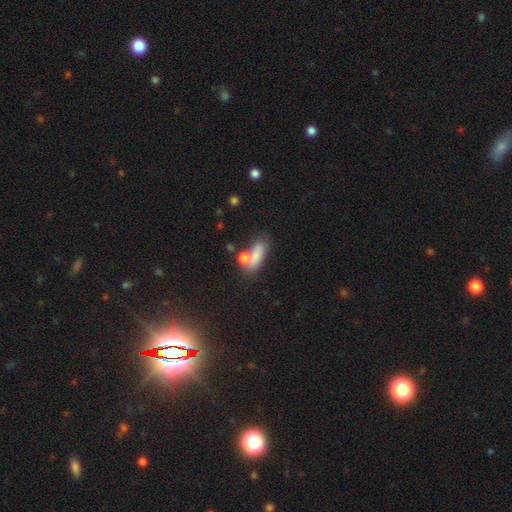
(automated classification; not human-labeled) Smooth or featured? Predicted: smooth (p=0.76). How rounded? Predicted: in between (p=0.63). Merging? Predicted: none (p=0.44).